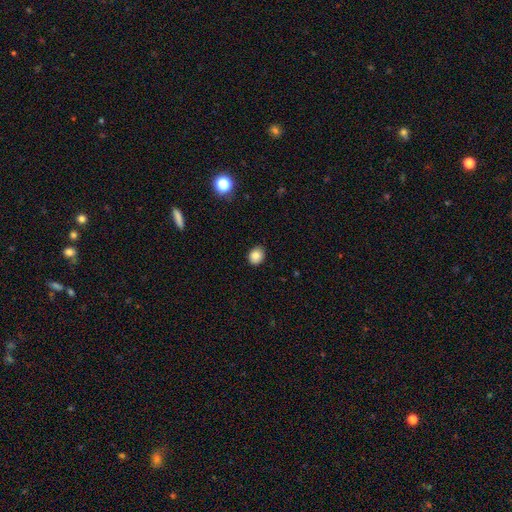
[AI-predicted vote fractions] Smooth or featured? smooth (83%)
How rounded? round (62%)
Merging? none (89%)